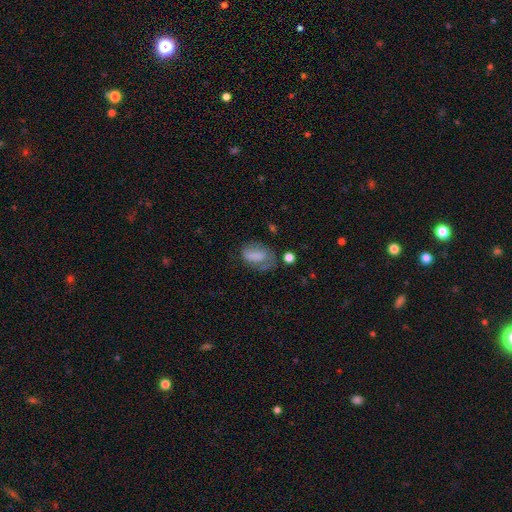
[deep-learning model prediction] Smooth or featured: smooth — 70% (featured or disk — 20%)
How rounded: in between — 85% (round — 11%)
Merging: none — 43% (minor disturbance — 30%)